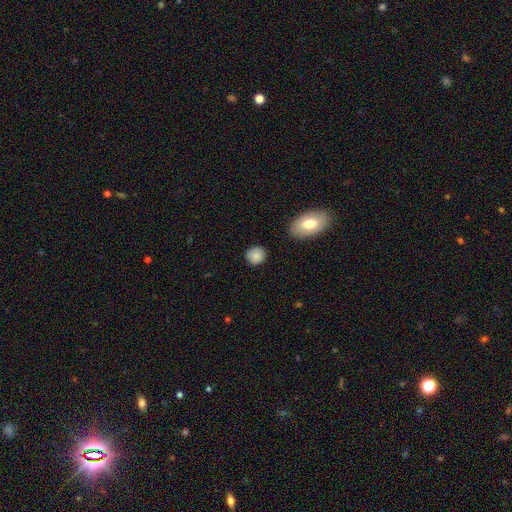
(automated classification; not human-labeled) A smooth galaxy with no disk features (86%) that is round (85%). Merging: none (84%).